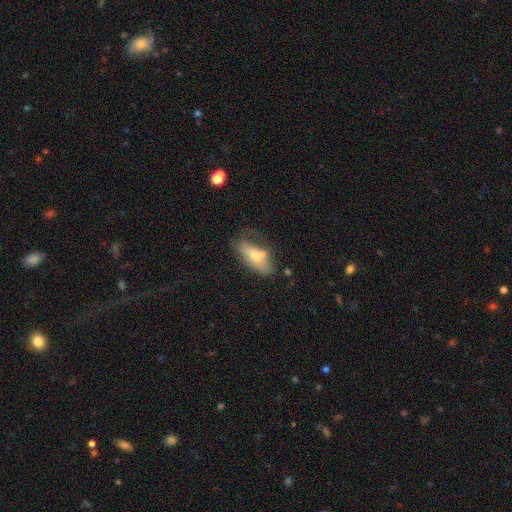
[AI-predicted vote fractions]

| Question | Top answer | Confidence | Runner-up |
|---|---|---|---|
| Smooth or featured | smooth | 58% | featured or disk (34%) |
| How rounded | in between | 82% | cigar-shaped (14%) |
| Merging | none | 39% | minor disturbance (31%) |